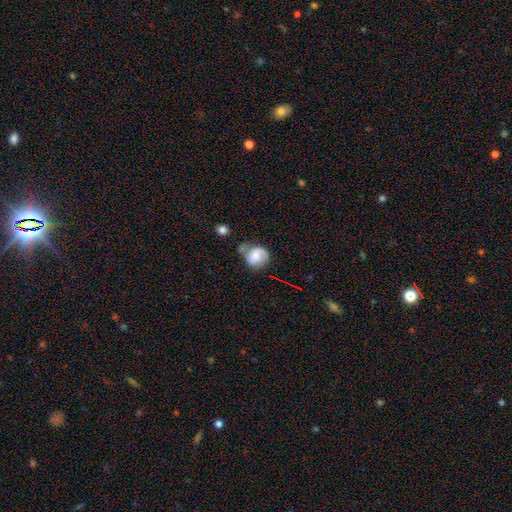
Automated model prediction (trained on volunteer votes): A smooth galaxy with no disk features (66%) that is round (69%).

Vote fractions:
- Smooth or featured? smooth: 66% / featured or disk: 25% / star or artifact: 9%
- How rounded? round: 69% / in between: 30% / cigar-shaped: 1%
- Merging? none: 41% / minor disturbance: 31% / major disturbance: 14% / merger: 14%